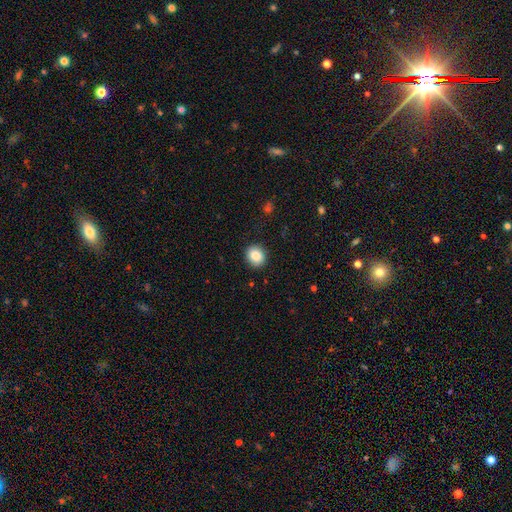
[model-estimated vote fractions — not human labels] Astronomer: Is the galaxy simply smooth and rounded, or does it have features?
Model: smooth — 86%.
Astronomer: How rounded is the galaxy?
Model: round — 76%.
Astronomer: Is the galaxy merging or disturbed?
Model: none — 90%.